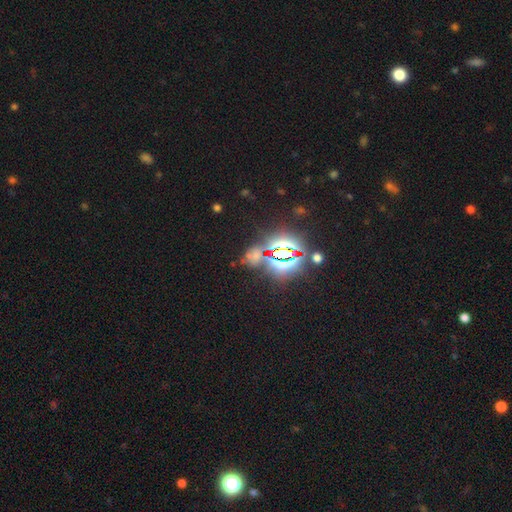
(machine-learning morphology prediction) Smooth or featured?
  - star or artifact: 64% *
  - smooth: 26%
  - featured or disk: 10%